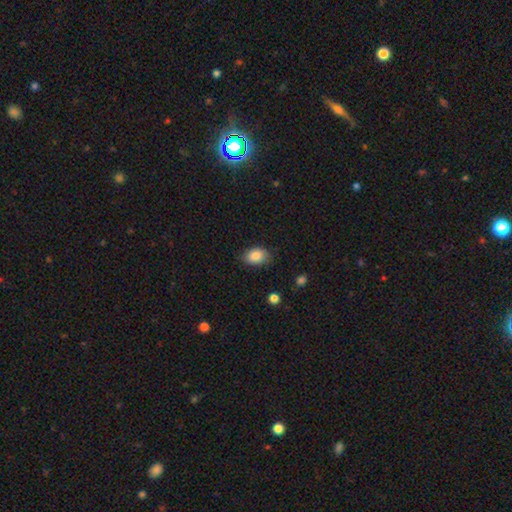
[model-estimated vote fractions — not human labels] Q: Smooth or featured?
A: smooth (84%); runner-up: star or artifact (8%)
Q: How rounded?
A: in between (81%); runner-up: round (18%)
Q: Merging?
A: none (79%); runner-up: minor disturbance (17%)